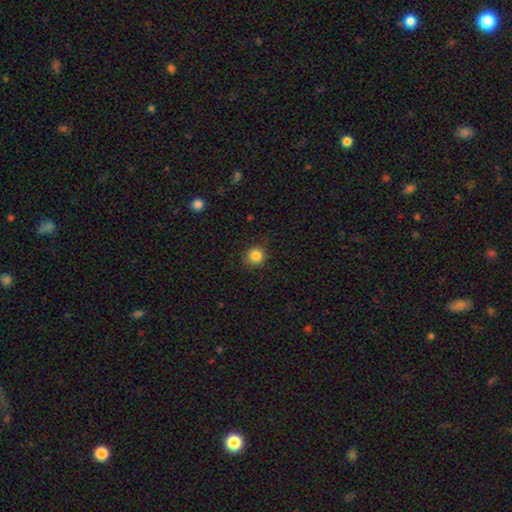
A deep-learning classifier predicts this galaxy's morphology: smooth_or_featured: smooth (p=0.85) [alt: star or artifact p=0.11]
how_rounded: round (p=0.91) [alt: in between p=0.08]
merging: none (p=0.87) [alt: minor disturbance p=0.09]